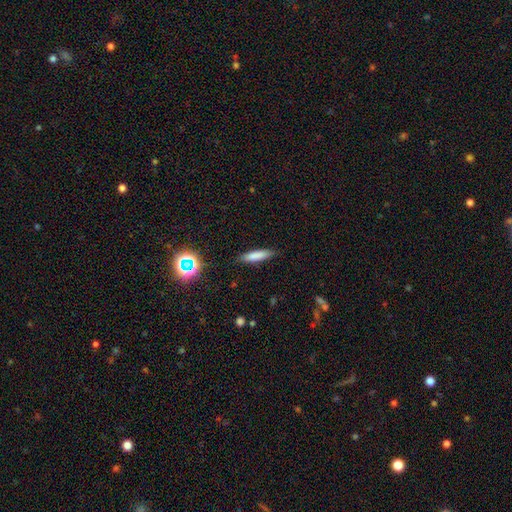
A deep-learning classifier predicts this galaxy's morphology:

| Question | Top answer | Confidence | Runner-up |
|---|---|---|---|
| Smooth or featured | smooth | 78% | featured or disk (12%) |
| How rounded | cigar-shaped | 77% | in between (21%) |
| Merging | none | 85% | minor disturbance (11%) |